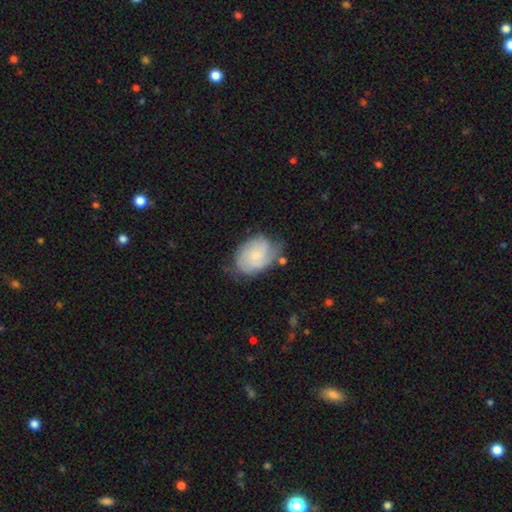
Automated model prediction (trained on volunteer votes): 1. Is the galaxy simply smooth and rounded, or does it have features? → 59% featured or disk, 35% smooth, 7% star or artifact.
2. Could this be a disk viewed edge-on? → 97% no, 3% yes.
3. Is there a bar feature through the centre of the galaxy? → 70% no, 26% weak, 3% strong.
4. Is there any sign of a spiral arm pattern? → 89% yes, 11% no.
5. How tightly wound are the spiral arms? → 51% tight, 36% medium, 13% loose.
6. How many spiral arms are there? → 34% can't tell, 31% 2, 20% 3, 6% 1, 5% 4, 4% more than 4.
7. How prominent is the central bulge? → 63% small, 20% moderate, 14% none, 2% large, 1% dominant.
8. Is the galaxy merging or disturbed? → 56% none, 30% minor disturbance, 12% major disturbance, 3% merger.